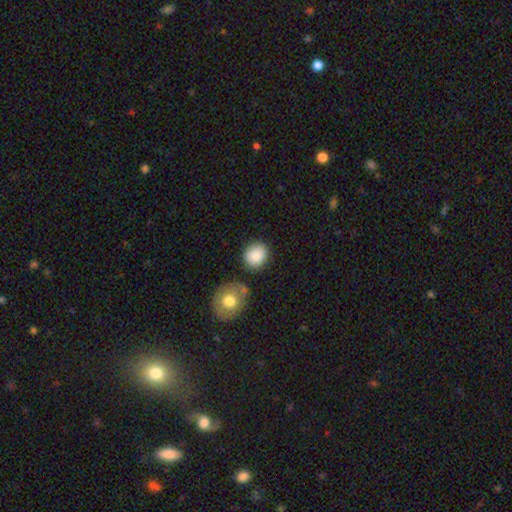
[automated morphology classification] type=smooth (86%); roundness=round (73%); merging=none (78%).